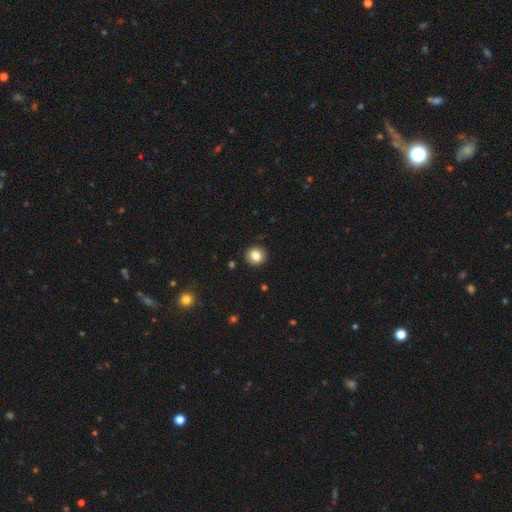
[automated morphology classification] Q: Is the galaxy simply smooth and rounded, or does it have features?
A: smooth — 83%.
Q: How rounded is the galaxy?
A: round — 91%.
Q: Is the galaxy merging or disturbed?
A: none — 92%.